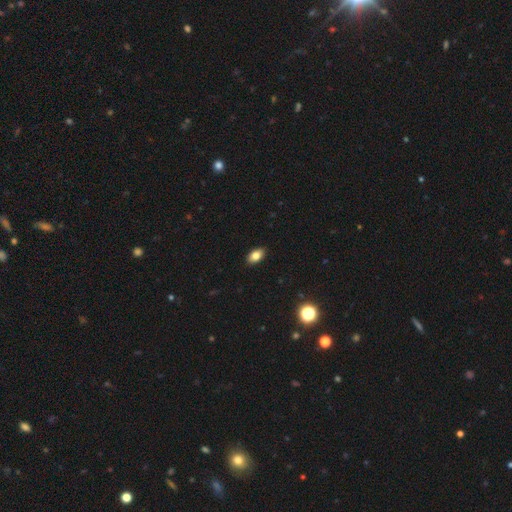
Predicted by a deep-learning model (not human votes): A smooth galaxy with no disk features (81%) that is in between round and cigar-shaped (89%). Merging: none (90%).